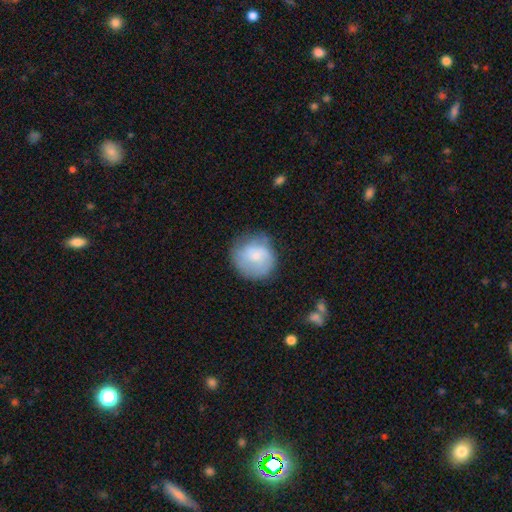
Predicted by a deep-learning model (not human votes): Smooth or featured?
  - smooth: 59% *
  - featured or disk: 34%
  - star or artifact: 7%
How rounded?
  - round: 87% *
  - in between: 12%
  - cigar-shaped: 1%
Merging?
  - none: 64% *
  - minor disturbance: 24%
  - major disturbance: 10%
  - merger: 2%